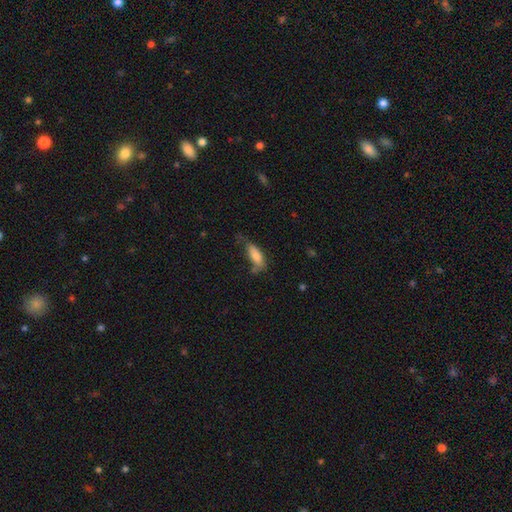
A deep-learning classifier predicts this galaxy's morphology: Overall: smooth (77%). How rounded: in between (67%; cigar-shaped 31%). Merging: none (39%; minor disturbance 33%).